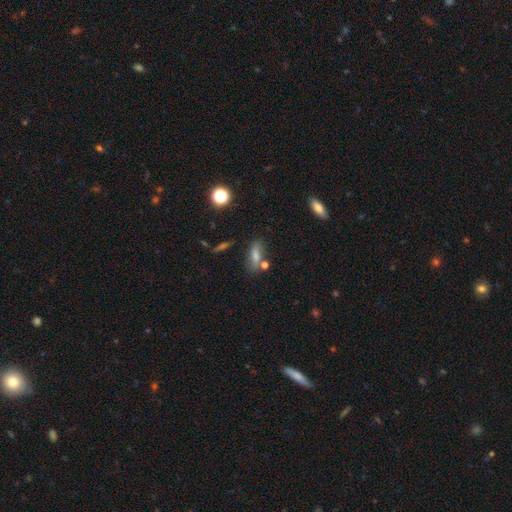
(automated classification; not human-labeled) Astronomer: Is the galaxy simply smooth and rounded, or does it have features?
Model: smooth — 69%.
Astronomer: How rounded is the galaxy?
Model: in between — 69%.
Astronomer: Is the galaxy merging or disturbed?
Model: none — 63%.